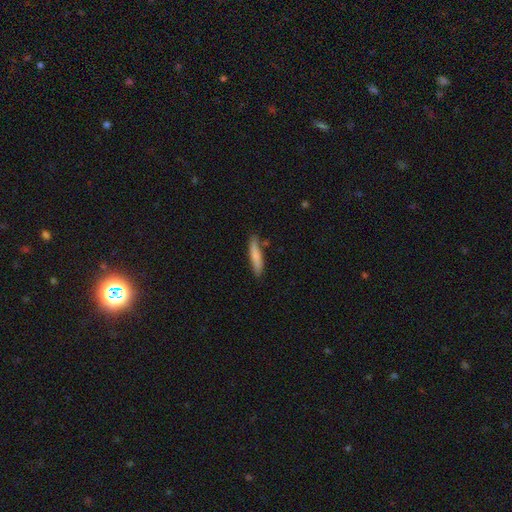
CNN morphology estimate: smooth-or-featured: smooth: 76% | featured or disk: 18% | star or artifact: 6%
  how-rounded: cigar-shaped: 89% | in between: 10% | round: 1%
  merging: none: 79% | minor disturbance: 15% | merger: 3% | major disturbance: 2%